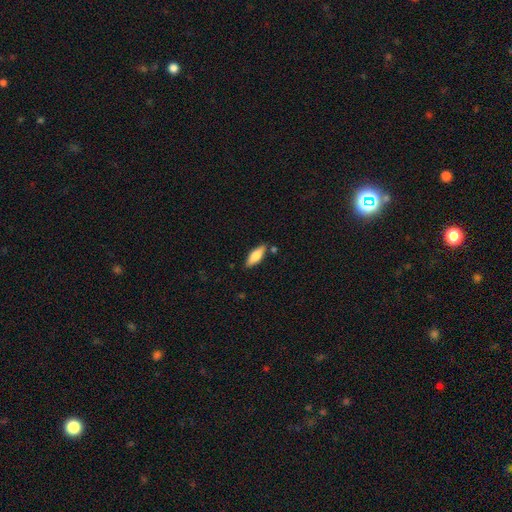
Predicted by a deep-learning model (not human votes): A smooth galaxy with no disk features (68%) that is in between round and cigar-shaped (63%).

Vote fractions:
- Smooth or featured? smooth: 68% / featured or disk: 25% / star or artifact: 6%
- How rounded? in between: 63% / cigar-shaped: 34% / round: 2%
- Merging? none: 81% / minor disturbance: 12% / merger: 4% / major disturbance: 3%